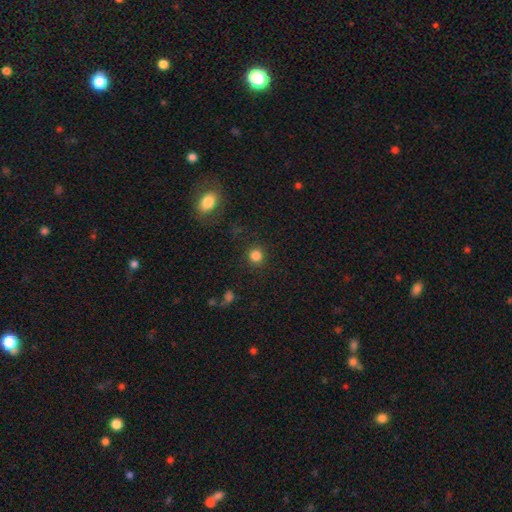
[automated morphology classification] A smooth galaxy with no disk features (84%) that is round (92%).

Vote fractions:
- Smooth or featured? smooth: 84% / star or artifact: 12% / featured or disk: 4%
- How rounded? round: 92% / in between: 7% / cigar-shaped: 1%
- Merging? none: 89% / minor disturbance: 6% / major disturbance: 3% / merger: 2%